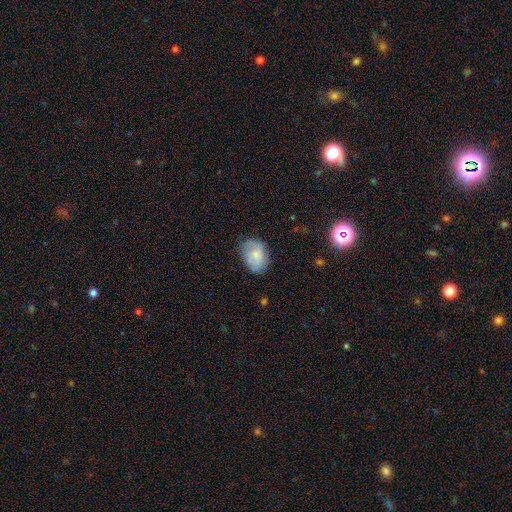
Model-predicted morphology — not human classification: smooth 68%, featured or disk 25%, star or artifact 7%. Down the decision tree: how rounded — in between (79%); merging — none (64%).